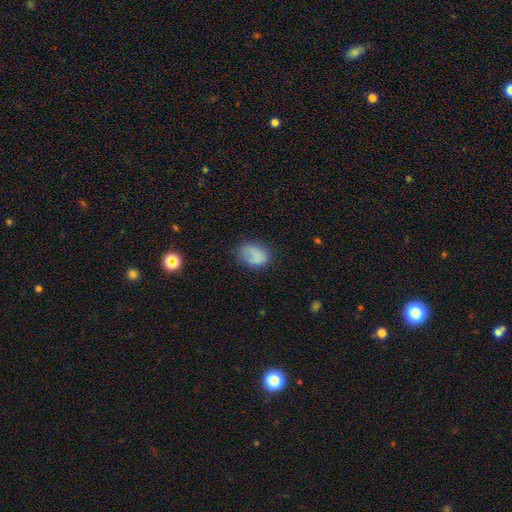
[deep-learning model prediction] Smooth or featured?
  - smooth: 78% *
  - featured or disk: 12%
  - star or artifact: 10%
How rounded?
  - in between: 75% *
  - round: 24%
  - cigar-shaped: 1%
Merging?
  - none: 65% *
  - minor disturbance: 24%
  - major disturbance: 9%
  - merger: 3%